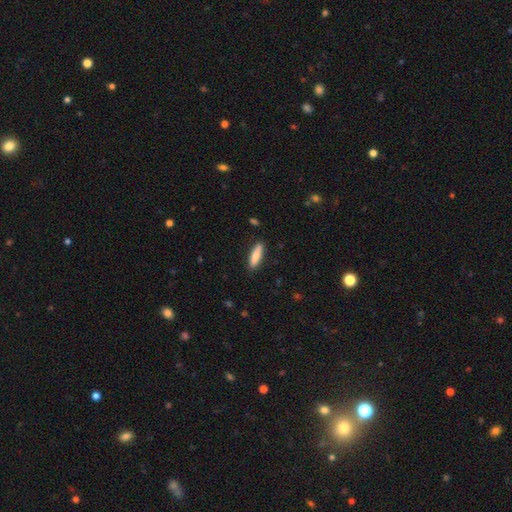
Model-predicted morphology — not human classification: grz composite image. It shows a smooth galaxy with no disk features (80%) that is cigar-shaped (70%). Merging: none (88%).